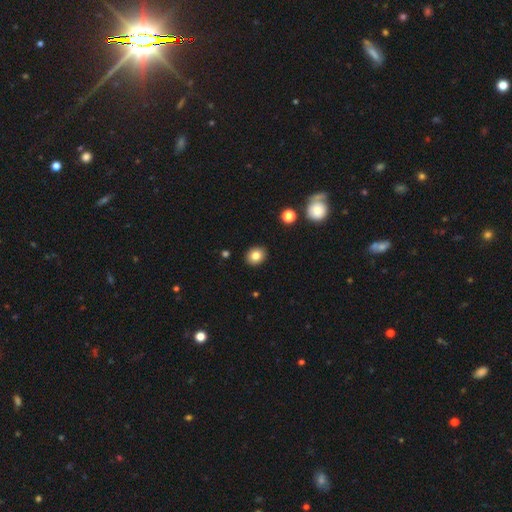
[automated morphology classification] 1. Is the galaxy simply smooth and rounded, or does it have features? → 82% smooth, 10% star or artifact, 8% featured or disk.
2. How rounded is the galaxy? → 61% round, 38% in between, 1% cigar-shaped.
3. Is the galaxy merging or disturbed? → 90% none, 7% minor disturbance, 2% major disturbance, 1% merger.